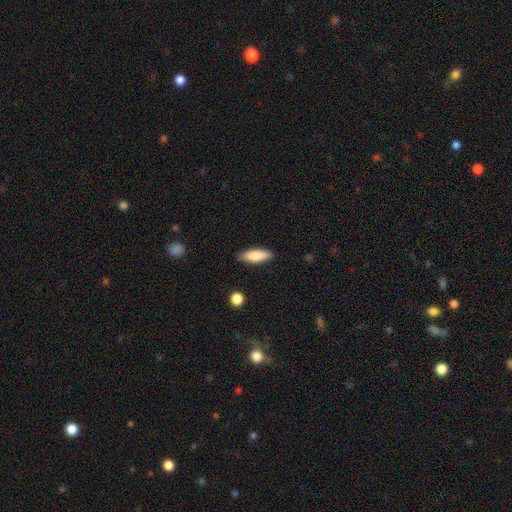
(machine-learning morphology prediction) Smooth or featured? Predicted: smooth (p=0.84). How rounded? Predicted: in between (p=0.65). Merging? Predicted: none (p=0.85).